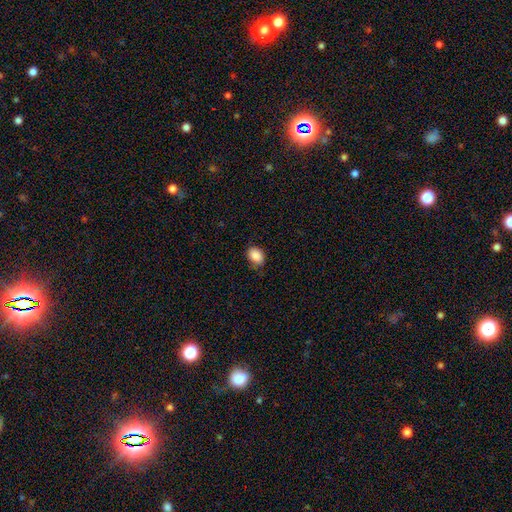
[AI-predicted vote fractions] This appears to be a smooth galaxy with no disk features (88%) that is in between round and cigar-shaped (69%). Merging: none (77%).